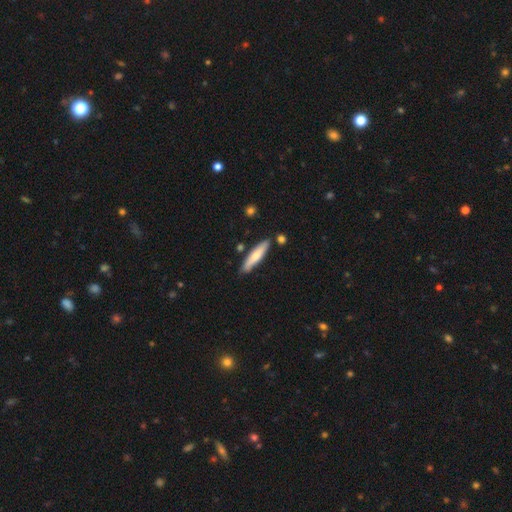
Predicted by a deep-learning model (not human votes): Q: Smooth or featured?
A: smooth (67%); runner-up: featured or disk (27%)
Q: How rounded?
A: cigar-shaped (83%); runner-up: in between (16%)
Q: Merging?
A: none (83%); runner-up: minor disturbance (11%)